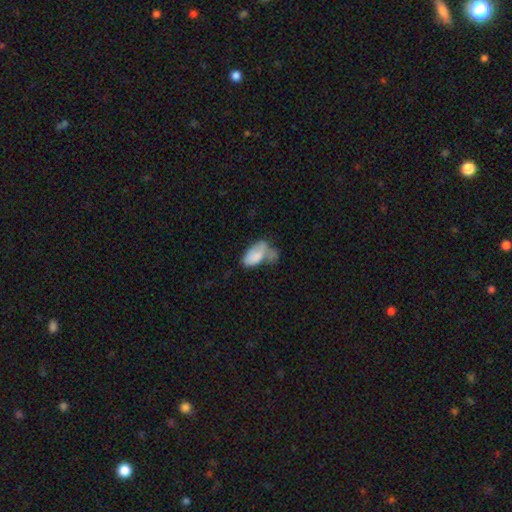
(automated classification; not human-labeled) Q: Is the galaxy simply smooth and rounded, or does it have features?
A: smooth — 74%.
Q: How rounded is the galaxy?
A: in between — 93%.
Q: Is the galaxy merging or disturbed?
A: merger — 35%.